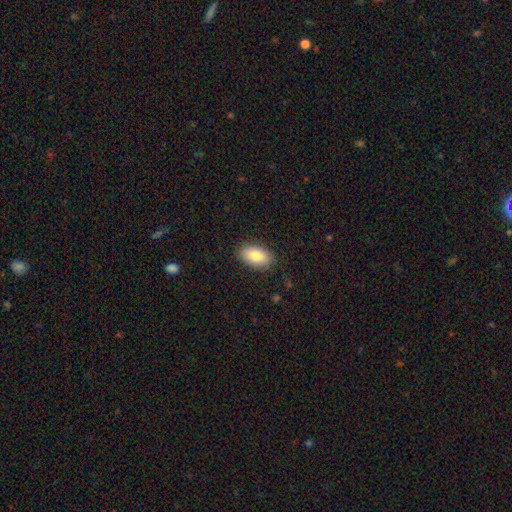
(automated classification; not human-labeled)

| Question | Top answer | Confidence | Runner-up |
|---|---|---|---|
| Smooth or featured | smooth | 83% | featured or disk (10%) |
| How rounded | in between | 93% | round (5%) |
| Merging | none | 87% | minor disturbance (10%) |